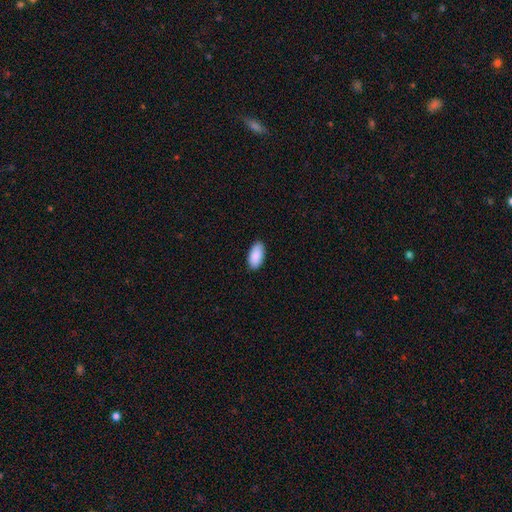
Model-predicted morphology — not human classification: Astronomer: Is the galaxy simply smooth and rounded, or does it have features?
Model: smooth — 91%.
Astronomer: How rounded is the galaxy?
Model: in between — 95%.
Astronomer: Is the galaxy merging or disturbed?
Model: none — 88%.